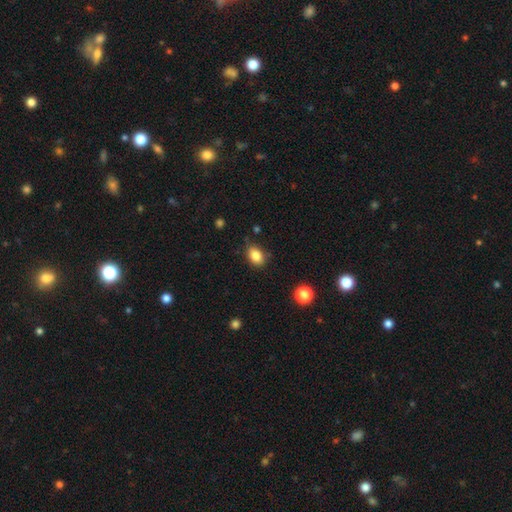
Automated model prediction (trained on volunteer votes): This appears to be a smooth galaxy with no disk features (85%) that is in between round and cigar-shaped (74%). Merging: none (77%).